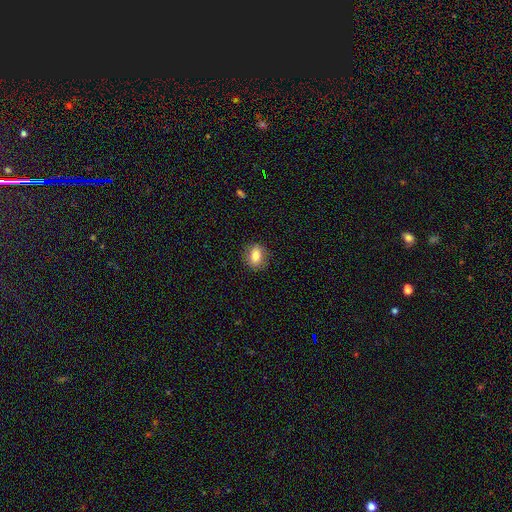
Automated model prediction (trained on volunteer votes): Smooth or featured: smooth — 78% (featured or disk — 13%)
How rounded: in between — 55% (round — 43%)
Merging: none — 87% (minor disturbance — 10%)